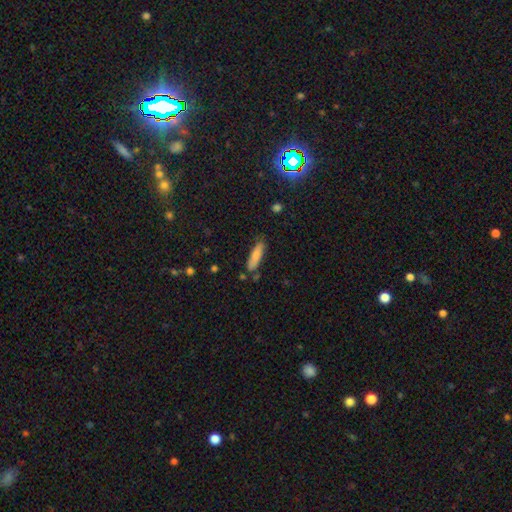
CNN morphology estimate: smooth-or-featured: smooth: 81% | featured or disk: 13% | star or artifact: 6%
  how-rounded: cigar-shaped: 69% | in between: 30% | round: 2%
  merging: none: 73% | minor disturbance: 18% | merger: 5% | major disturbance: 4%